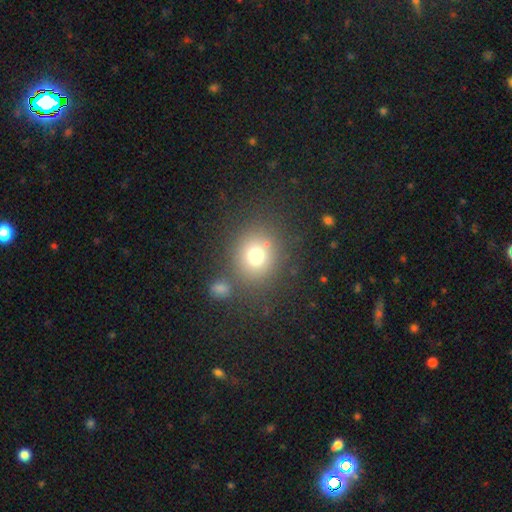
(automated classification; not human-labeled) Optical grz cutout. It shows a smooth galaxy with no disk features (73%) that is round (79%). Merging: none (73%).